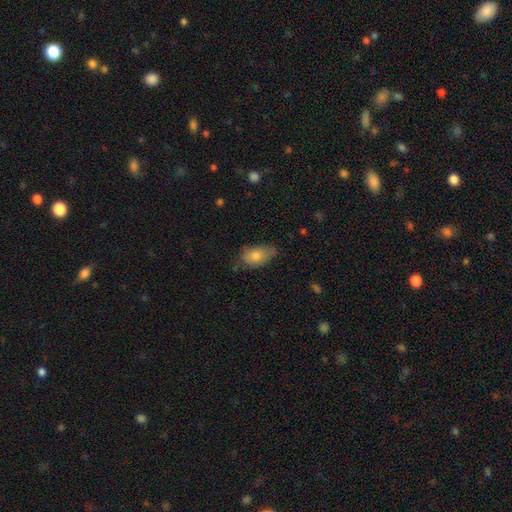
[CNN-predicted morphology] Smooth or featured? Predicted: smooth (p=0.75). How rounded? Predicted: in between (p=0.89). Merging? Predicted: none (p=0.62).